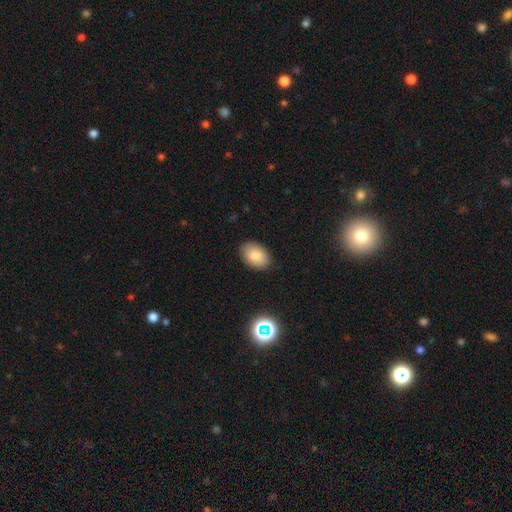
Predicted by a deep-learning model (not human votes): Smooth or featured? smooth (83%)
How rounded? in between (89%)
Merging? none (87%)